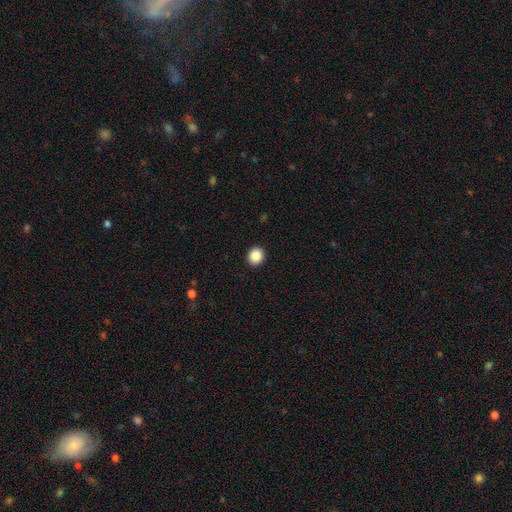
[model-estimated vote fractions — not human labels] Morphology: type=smooth (88%); roundness=round (79%); merging=none (92%).